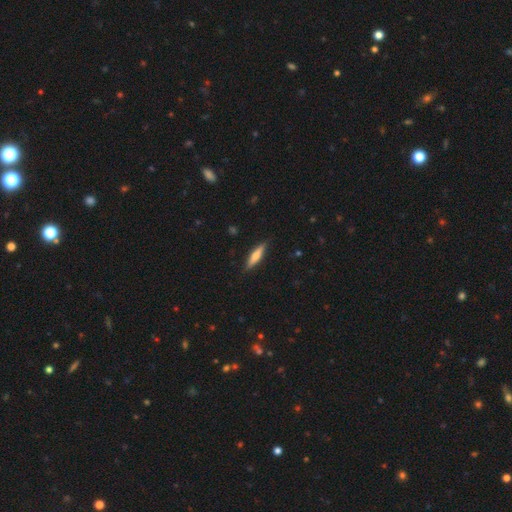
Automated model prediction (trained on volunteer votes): A smooth galaxy with no disk features (57%) that is cigar-shaped (78%).

Vote fractions:
- Smooth or featured? smooth: 57% / featured or disk: 37% / star or artifact: 6%
- How rounded? cigar-shaped: 78% / in between: 20% / round: 2%
- Merging? none: 88% / minor disturbance: 9% / major disturbance: 2% / merger: 1%